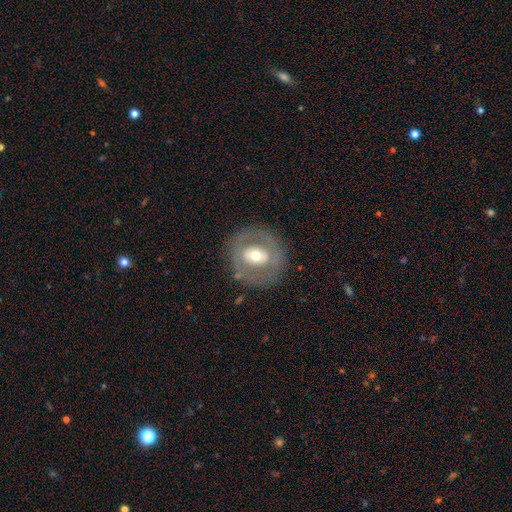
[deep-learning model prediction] This appears to be a featured or disk galaxy (55%) with no bar (57%), no spiral arms (85%) and a moderate central bulge (63%). Merging: none (79%).